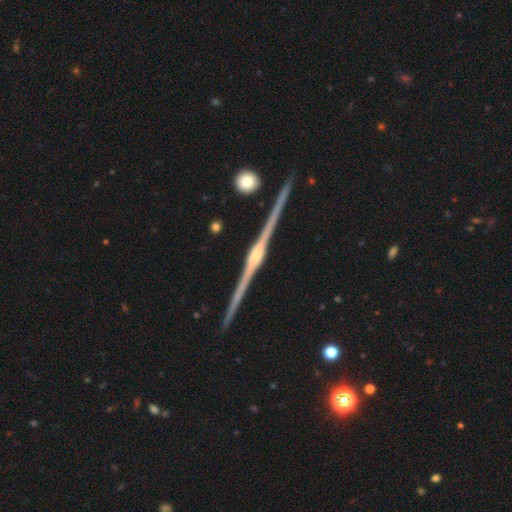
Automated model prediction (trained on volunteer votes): The model was most divided on "edge-on bulge": rounded: 75%, boxy: 20%, none: 5%. More confident: edge-on disk — yes (99%); smooth or featured — featured or disk (91%); merging — none (91%).